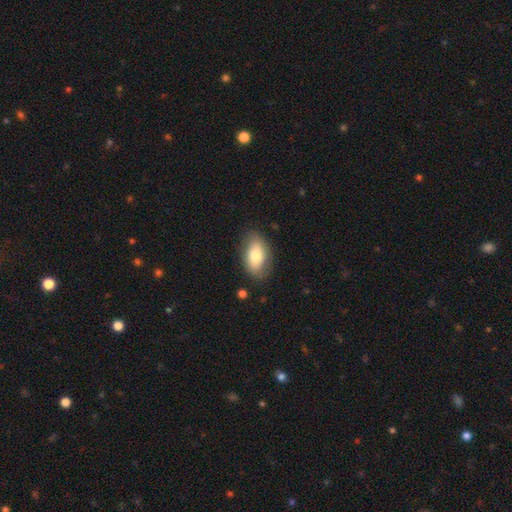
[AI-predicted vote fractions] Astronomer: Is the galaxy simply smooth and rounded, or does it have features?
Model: smooth — 75%.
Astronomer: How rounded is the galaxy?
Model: in between — 92%.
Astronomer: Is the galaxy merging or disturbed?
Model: none — 79%.